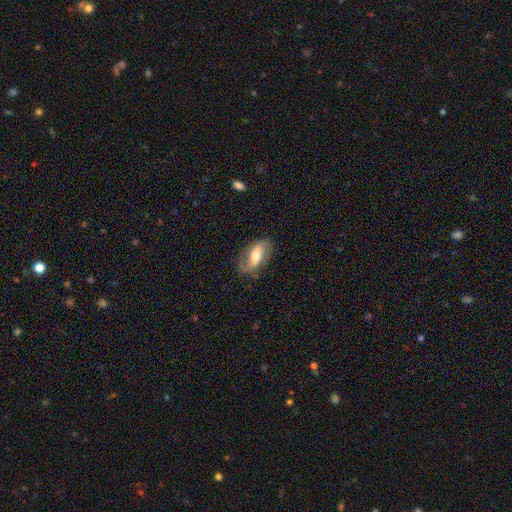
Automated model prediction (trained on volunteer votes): Smooth or featured? Predicted: featured or disk (p=0.55). Edge-on disk? Predicted: no (p=0.90). Merging? Predicted: none (p=0.67).